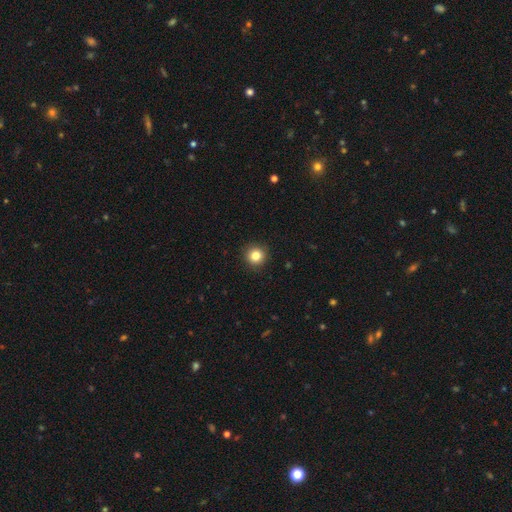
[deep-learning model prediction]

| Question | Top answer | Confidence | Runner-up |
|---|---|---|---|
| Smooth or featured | smooth | 84% | star or artifact (11%) |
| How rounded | round | 95% | in between (4%) |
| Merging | none | 93% | minor disturbance (5%) |